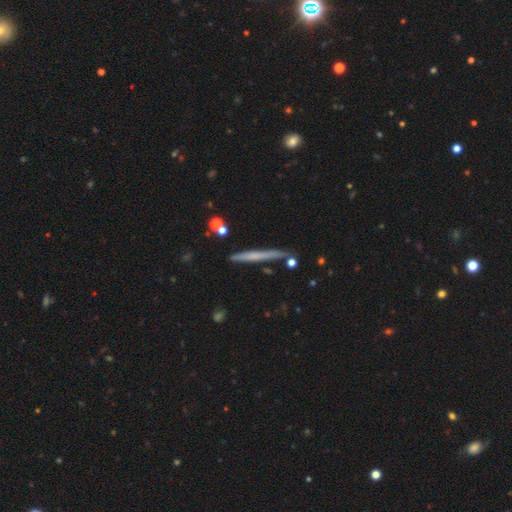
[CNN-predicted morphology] A featured or disk galaxy (48%). Merging: none (85%).